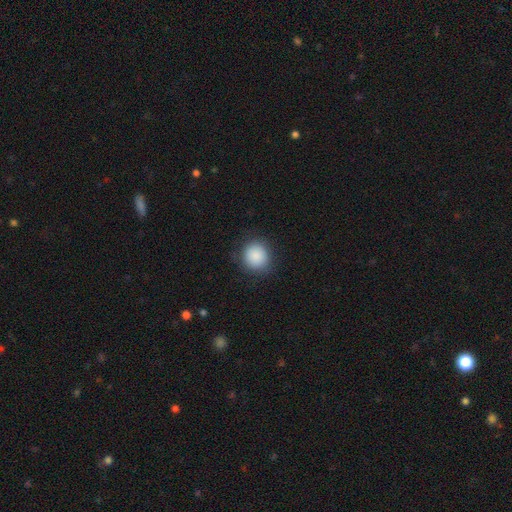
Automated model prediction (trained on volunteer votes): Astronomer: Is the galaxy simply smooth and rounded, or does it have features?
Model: smooth — 87%.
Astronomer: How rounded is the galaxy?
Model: round — 89%.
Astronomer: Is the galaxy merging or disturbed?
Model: none — 86%.